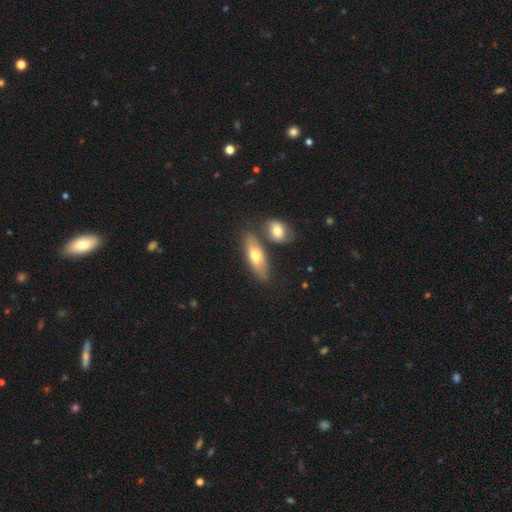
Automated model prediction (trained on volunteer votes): Smooth or featured? smooth (62%)
How rounded? in between (65%)
Merging? none (63%)